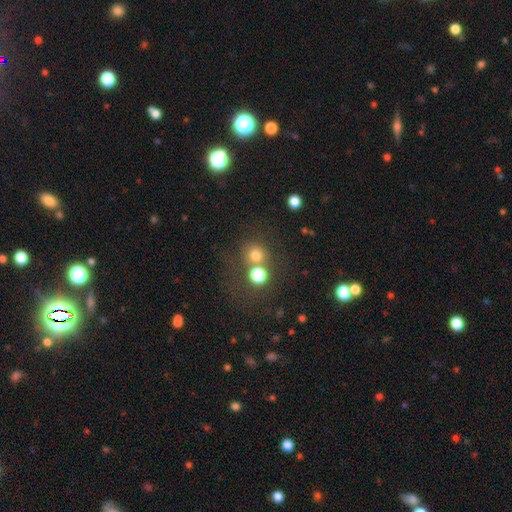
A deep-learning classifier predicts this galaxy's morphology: The model was most divided on "merging": none: 58%, merger: 29%, minor disturbance: 8%, major disturbance: 5%. More confident: how rounded — round (89%); smooth or featured — smooth (73%).